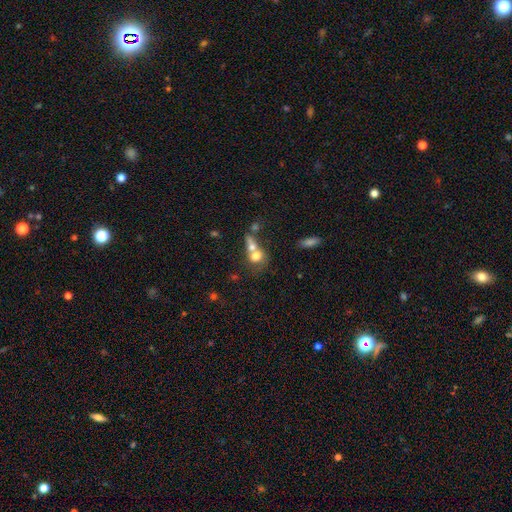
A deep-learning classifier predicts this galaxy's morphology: Smooth or featured: smooth — 68% (featured or disk — 21%)
How rounded: round — 57% (in between — 40%)
Merging: merger — 67% (none — 19%)